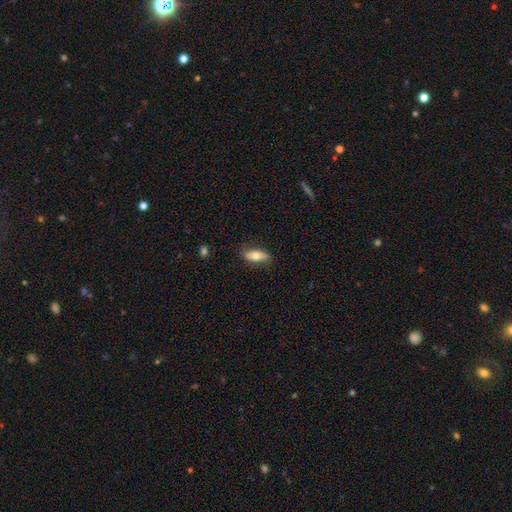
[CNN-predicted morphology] Q: Smooth or featured?
A: smooth (71%); runner-up: featured or disk (23%)
Q: How rounded?
A: in between (74%); runner-up: cigar-shaped (23%)
Q: Merging?
A: none (81%); runner-up: minor disturbance (15%)